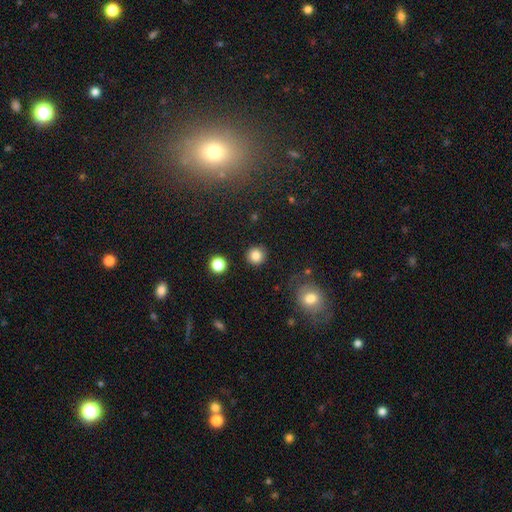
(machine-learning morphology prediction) This appears to be a smooth galaxy with no disk features (84%) that is round (93%). Merging: none (89%).